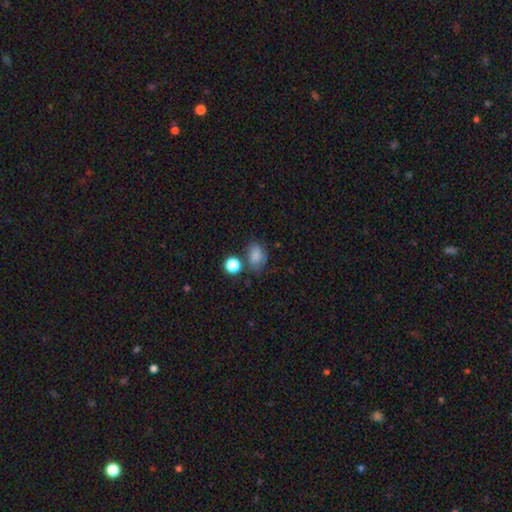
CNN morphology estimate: Overall: smooth (80%). How rounded: in between (65%; round 34%). Merging: none (59%; minor disturbance 22%).